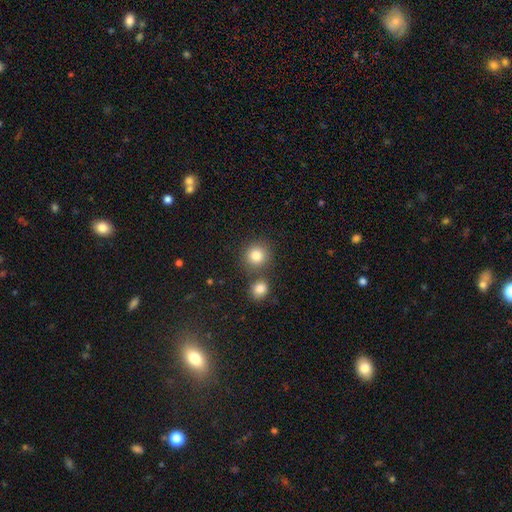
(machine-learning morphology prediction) This is clearly a smooth galaxy (83%). How rounded: clearly round (90%). Merging: likely none (72%).